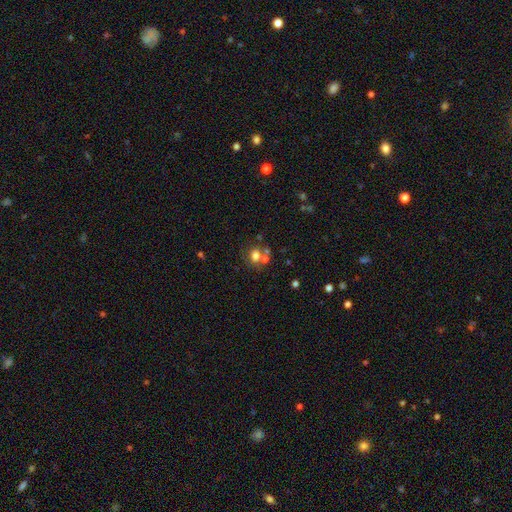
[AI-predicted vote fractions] Smooth or featured? smooth (71%)
How rounded? round (65%)
Merging? none (50%)